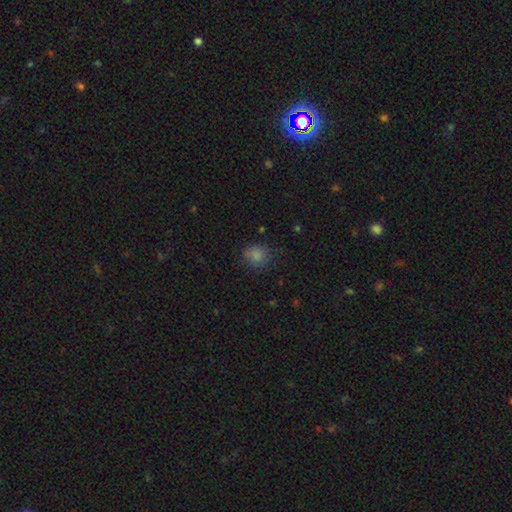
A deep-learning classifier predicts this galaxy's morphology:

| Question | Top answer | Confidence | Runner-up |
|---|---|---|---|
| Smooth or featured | smooth | 76% | star or artifact (18%) |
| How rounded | round | 79% | in between (20%) |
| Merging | none | 77% | minor disturbance (16%) |